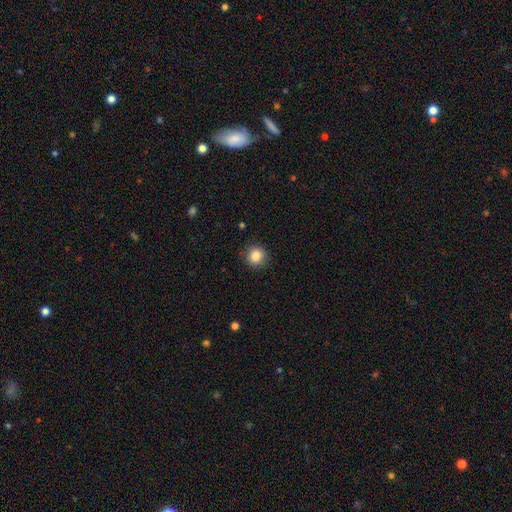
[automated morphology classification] type=smooth (85%); roundness=round (88%); merging=none (89%).